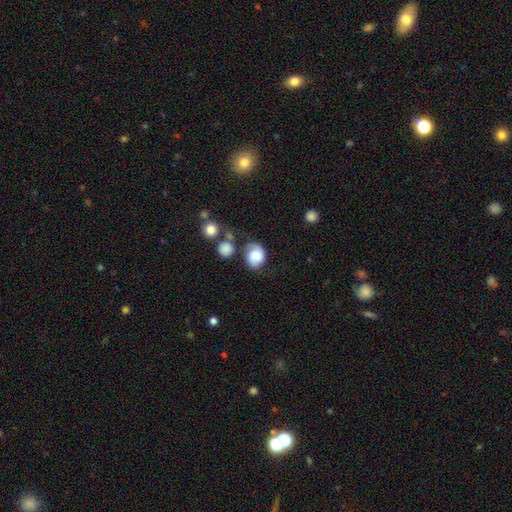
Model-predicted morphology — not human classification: type=smooth (59%); roundness=round (56%); merging=none (50%).